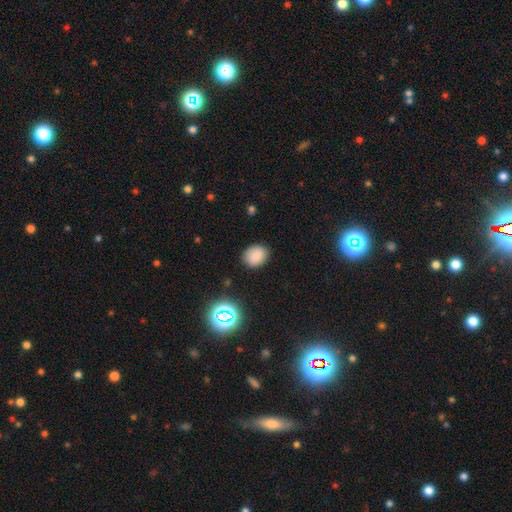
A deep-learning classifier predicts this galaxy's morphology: The model was most divided on "how rounded": round: 54%, in between: 45%, cigar-shaped: 1%. More confident: merging — none (85%); smooth or featured — smooth (83%).